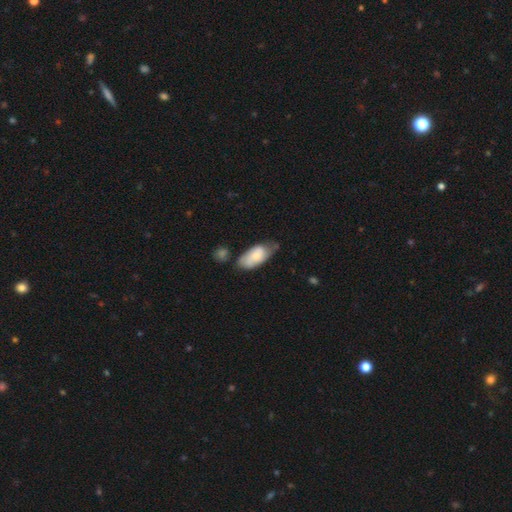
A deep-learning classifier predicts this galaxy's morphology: The model was most divided on "merging": none: 50%, minor disturbance: 32%, merger: 10%, major disturbance: 8%. More confident: how rounded — in between (90%); smooth or featured — smooth (67%).